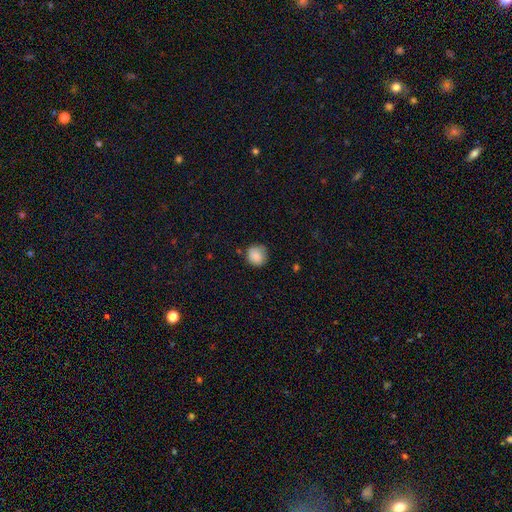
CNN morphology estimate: This appears to be a smooth galaxy with no disk features (85%) that is round (89%). Merging: none (76%).